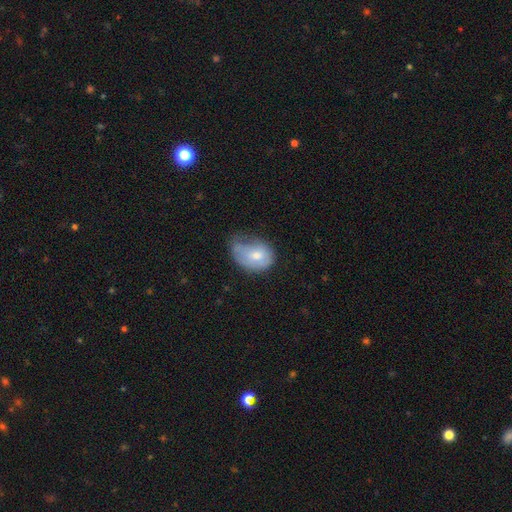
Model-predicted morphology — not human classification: This appears to be a smooth galaxy with no disk features (68%) that is in between round and cigar-shaped (69%). Merging: minor disturbance (43%).